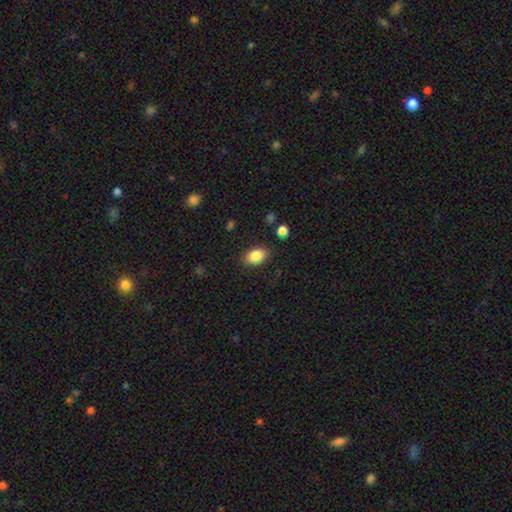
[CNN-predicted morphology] smooth 86%, star or artifact 8%, featured or disk 5%. Down the decision tree: how rounded — in between (84%); merging — none (84%).